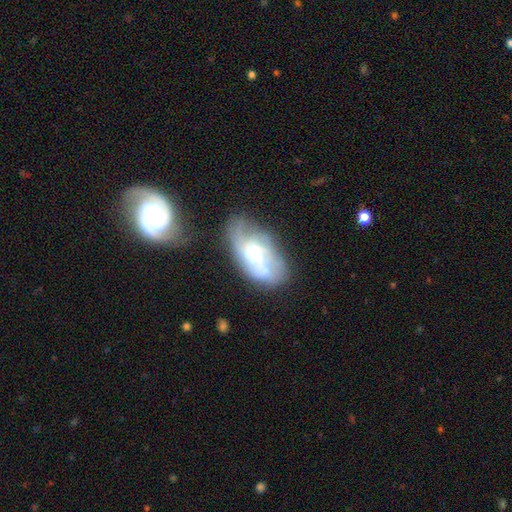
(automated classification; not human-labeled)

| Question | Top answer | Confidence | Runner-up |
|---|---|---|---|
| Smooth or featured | featured or disk | 64% | smooth (28%) |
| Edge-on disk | no | 94% | yes (6%) |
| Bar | no | 62% | weak (31%) |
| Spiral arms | yes | 71% | no (29%) |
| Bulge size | small | 50% | moderate (42%) |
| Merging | none | 42% | minor disturbance (26%) |